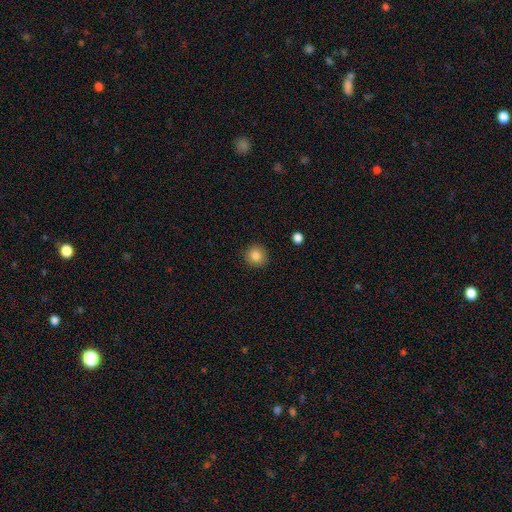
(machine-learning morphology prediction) Smooth or featured? smooth (85%)
How rounded? round (92%)
Merging? none (90%)